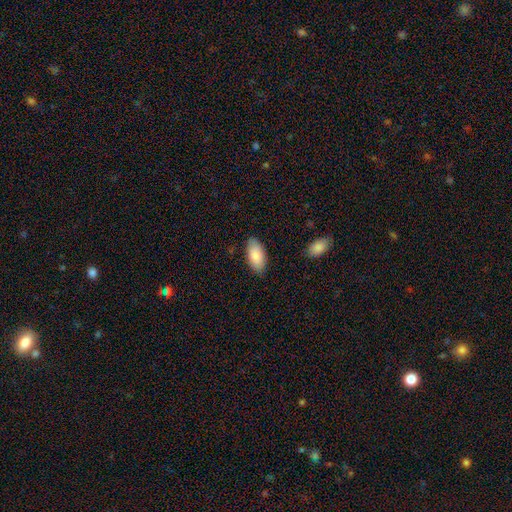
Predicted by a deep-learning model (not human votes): Smooth or featured? smooth (86%)
How rounded? in between (94%)
Merging? none (83%)